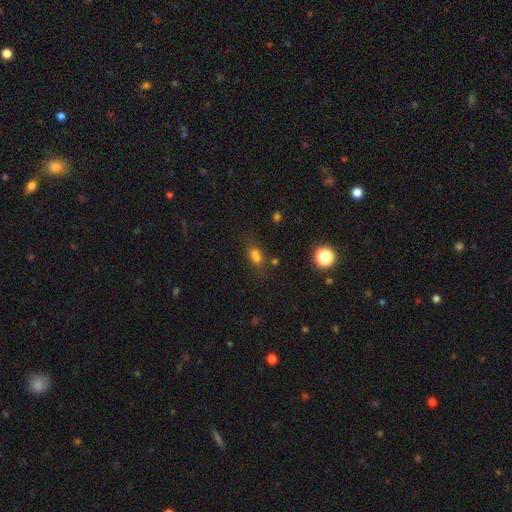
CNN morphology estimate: Smooth or featured: smooth — 68% (star or artifact — 21%)
How rounded: in between — 64% (round — 26%)
Merging: none — 50% (merger — 26%)